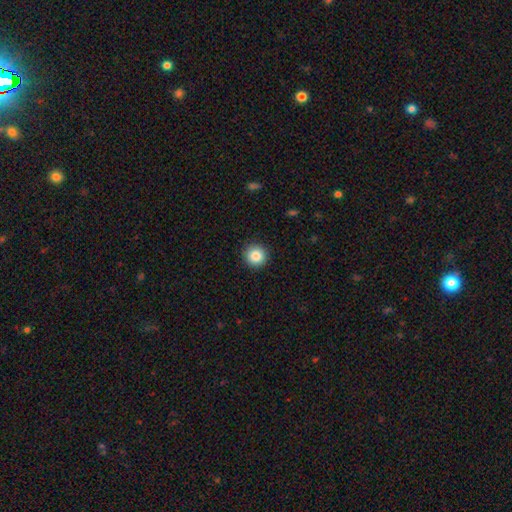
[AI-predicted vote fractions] smooth-or-featured: smooth: 85% | star or artifact: 9% | featured or disk: 6%
  how-rounded: round: 94% | in between: 5% | cigar-shaped: 1%
  merging: none: 92% | minor disturbance: 6% | major disturbance: 2% | merger: 1%